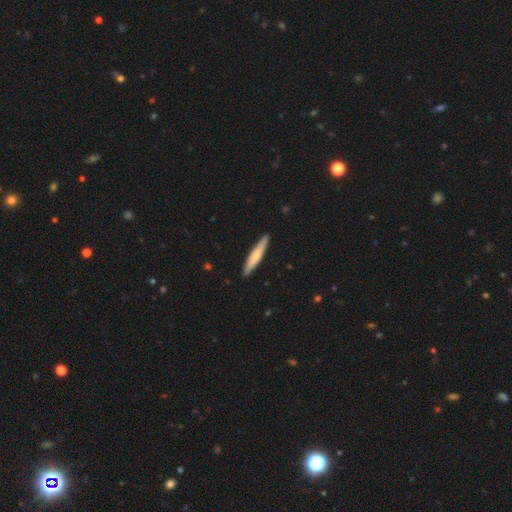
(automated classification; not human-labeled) smooth-or-featured: smooth: 66% | featured or disk: 30% | star or artifact: 5%
  how-rounded: cigar-shaped: 93% | in between: 6% | round: 1%
  merging: none: 91% | minor disturbance: 7% | major disturbance: 1% | merger: 1%